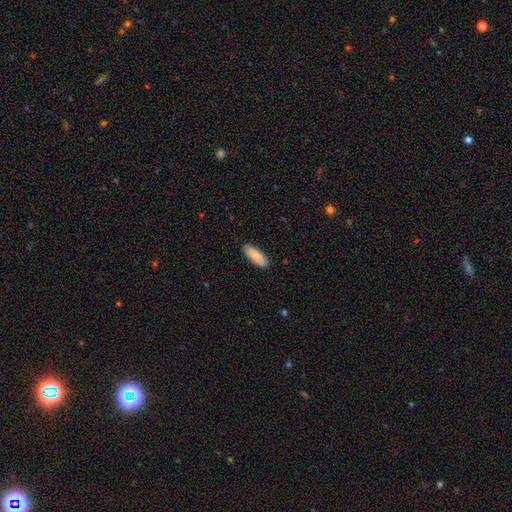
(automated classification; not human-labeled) Smooth or featured? smooth (83%)
How rounded? in between (72%)
Merging? none (88%)